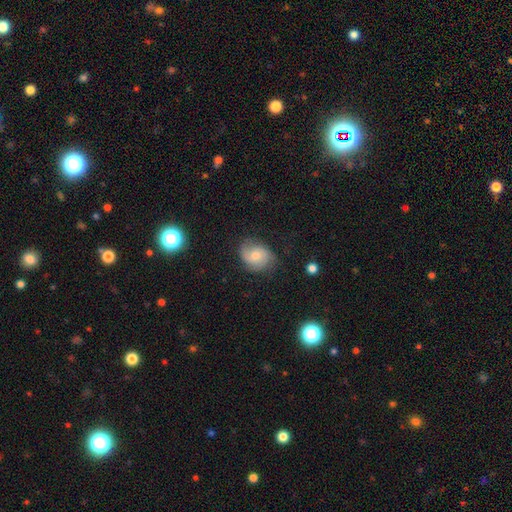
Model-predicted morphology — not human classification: type=featured or disk (50%); edge-on=no (97%); merging=none (67%).